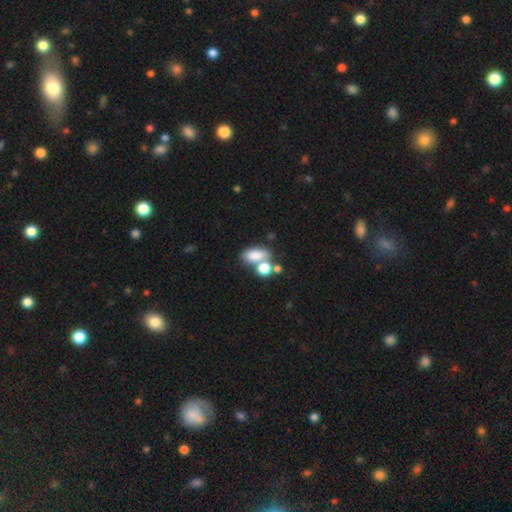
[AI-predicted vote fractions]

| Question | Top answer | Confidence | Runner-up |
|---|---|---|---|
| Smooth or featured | smooth | 78% | featured or disk (11%) |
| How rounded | in between | 83% | round (13%) |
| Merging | merger | 42% | none (41%) |